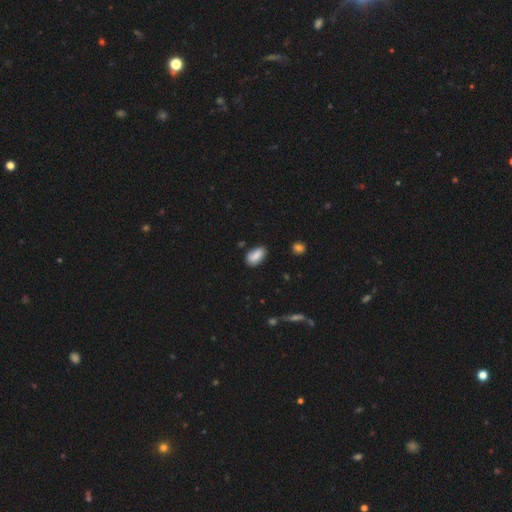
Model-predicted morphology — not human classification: This appears to be a smooth galaxy with no disk features (84%) that is in between round and cigar-shaped (93%). Merging: none (74%).